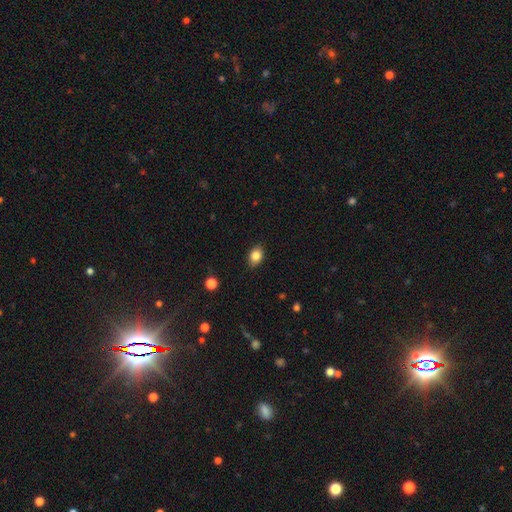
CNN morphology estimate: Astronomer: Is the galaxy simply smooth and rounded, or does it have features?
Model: smooth — 85%.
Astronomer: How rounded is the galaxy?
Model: in between — 74%.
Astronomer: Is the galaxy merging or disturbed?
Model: none — 87%.